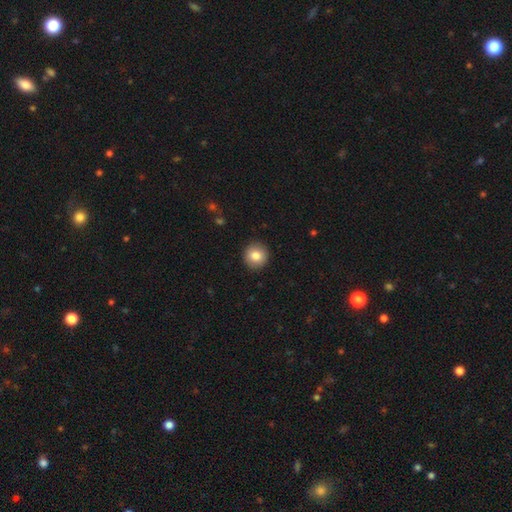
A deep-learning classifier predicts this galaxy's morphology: Smooth or featured? smooth (83%)
How rounded? round (93%)
Merging? none (92%)